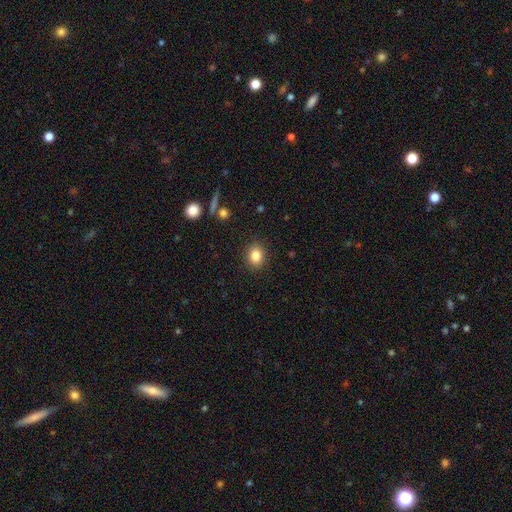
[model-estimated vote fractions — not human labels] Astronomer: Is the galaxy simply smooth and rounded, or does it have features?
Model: smooth — 84%.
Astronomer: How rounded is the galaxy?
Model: round — 55% (runner-up: in between, 44%).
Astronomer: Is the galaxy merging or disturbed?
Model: none — 89%.